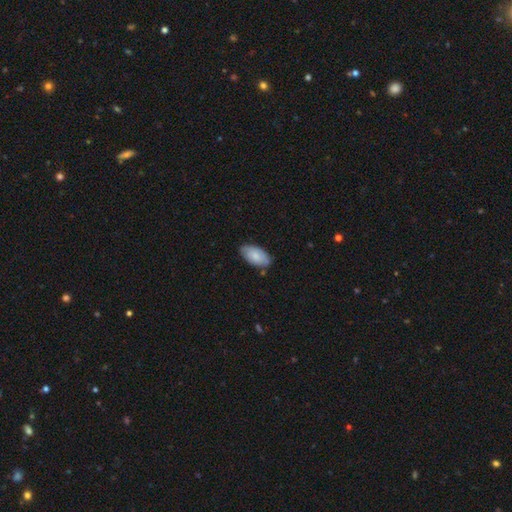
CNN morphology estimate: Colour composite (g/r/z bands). It shows a smooth galaxy with no disk features (80%) that is in between round and cigar-shaped (95%). Merging: none (76%).